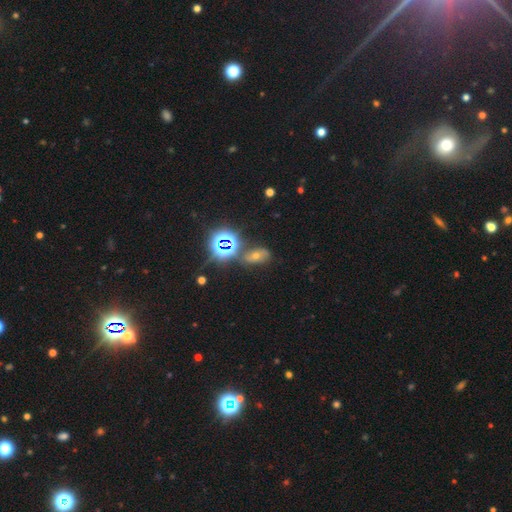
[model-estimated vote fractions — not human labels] Overall: star or artifact (56%; smooth 25%).